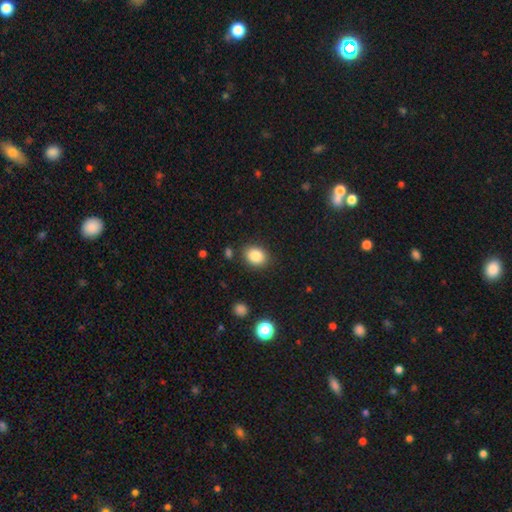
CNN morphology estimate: Smooth or featured?
  - smooth: 85% *
  - star or artifact: 9%
  - featured or disk: 6%
How rounded?
  - in between: 55% *
  - round: 44%
  - cigar-shaped: 1%
Merging?
  - none: 83% *
  - minor disturbance: 11%
  - major disturbance: 3%
  - merger: 3%